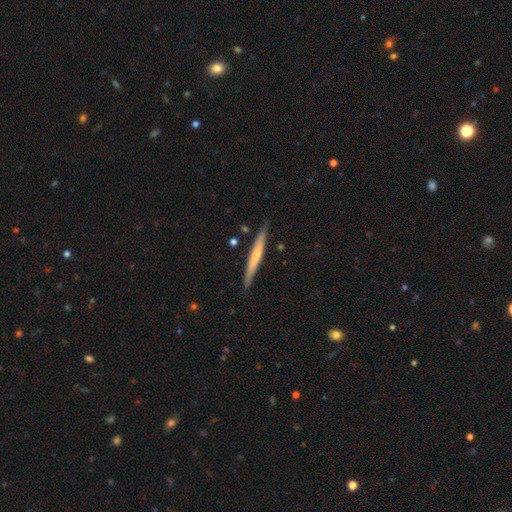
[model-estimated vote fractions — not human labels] smooth-or-featured: smooth: 50% | featured or disk: 45% | star or artifact: 5%
  how-rounded: cigar-shaped: 96% | in between: 2% | round: 1%
  merging: none: 87% | minor disturbance: 10% | merger: 2% | major disturbance: 2%